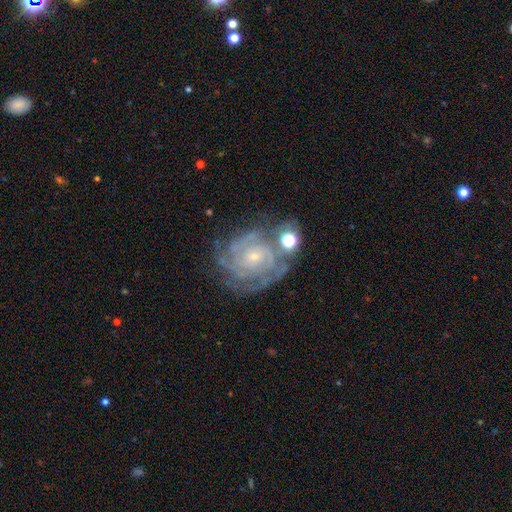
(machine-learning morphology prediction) smooth_or_featured: featured or disk (p=0.84) [alt: star or artifact p=0.09]
disk_edge_on: no (p=0.97) [alt: yes p=0.03]
bar: no (p=0.70) [alt: weak p=0.23]
has_spiral_arms: yes (p=0.96) [alt: no p=0.04]
spiral_winding: tight (p=0.75) [alt: medium p=0.21]
spiral_arm_count: can't tell (p=0.26) [alt: 3 p=0.25]
bulge_size: small (p=0.73) [alt: moderate p=0.22]
merging: none (p=0.67) [alt: minor disturbance p=0.17]